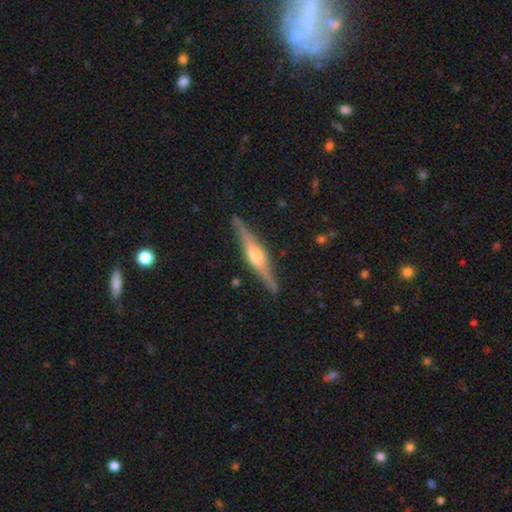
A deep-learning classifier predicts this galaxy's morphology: This appears to be a featured or disk galaxy (80%) viewed edge-on (97%) with a rounded central bulge (90%). Merging: none (88%).